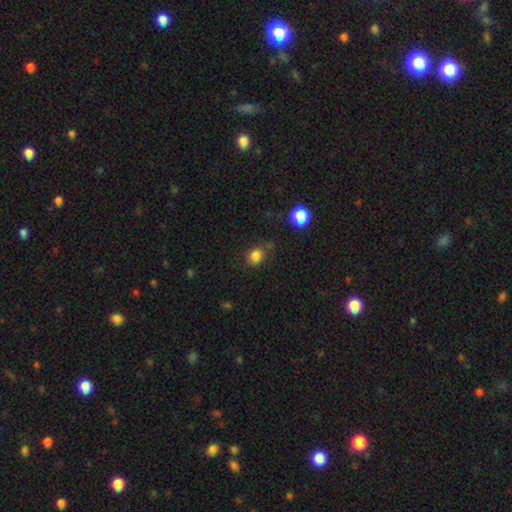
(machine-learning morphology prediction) Smooth or featured? Predicted: smooth (p=0.82). How rounded? Predicted: round (p=0.63). Merging? Predicted: none (p=0.73).